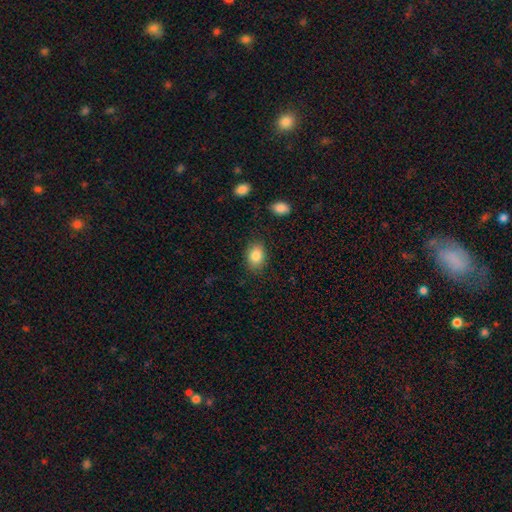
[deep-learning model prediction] Morphology: type=smooth (85%); roundness=in between (77%); merging=none (84%).